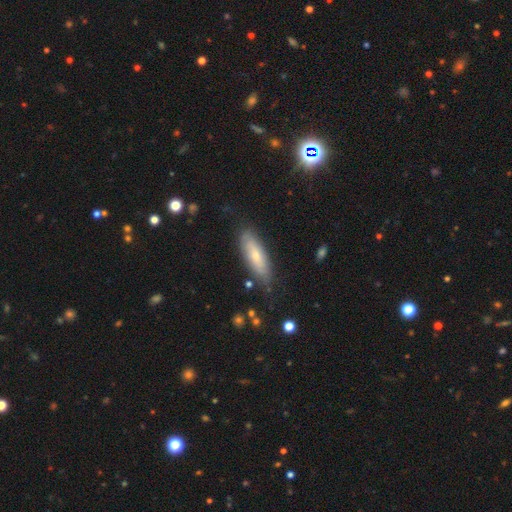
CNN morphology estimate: smooth-or-featured: smooth: 60% | featured or disk: 34% | star or artifact: 6%
  how-rounded: in between: 56% | cigar-shaped: 42% | round: 2%
  merging: none: 78% | minor disturbance: 17% | major disturbance: 4% | merger: 2%